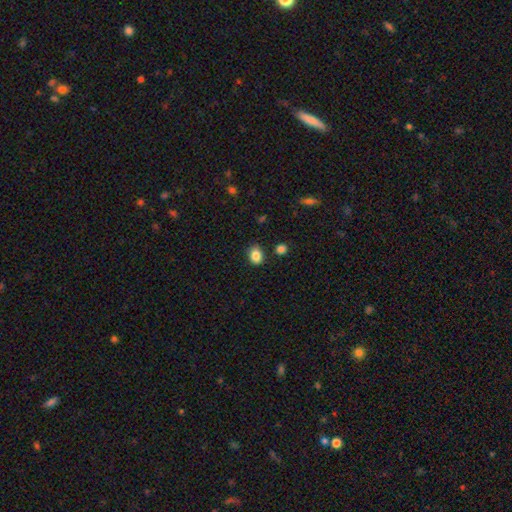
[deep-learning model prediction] Morphology: type=smooth (86%); roundness=in between (61%); merging=none (83%).